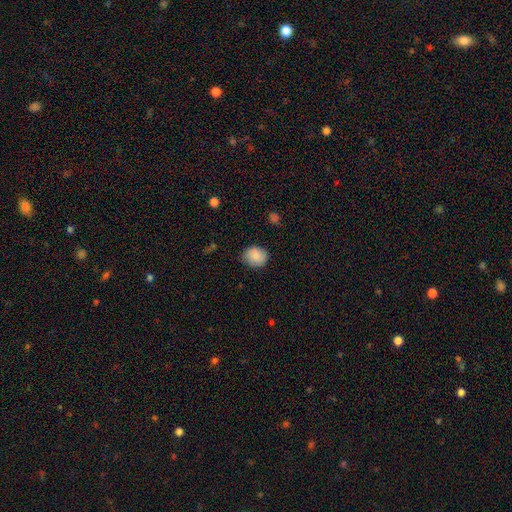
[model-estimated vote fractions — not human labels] Smooth or featured: smooth — 85% (featured or disk — 7%)
How rounded: round — 69% (in between — 30%)
Merging: none — 81% (minor disturbance — 15%)